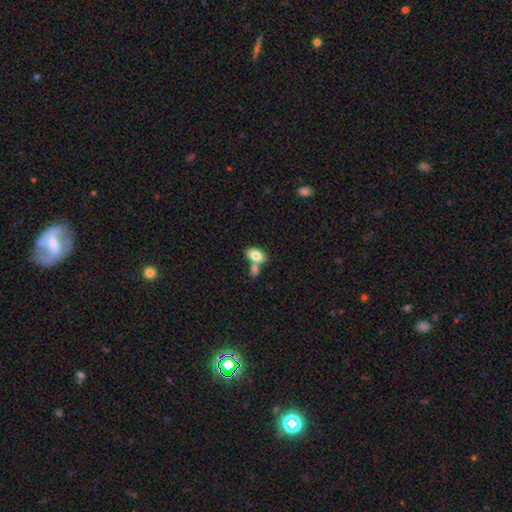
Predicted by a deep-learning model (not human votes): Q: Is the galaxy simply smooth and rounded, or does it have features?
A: smooth — 82%.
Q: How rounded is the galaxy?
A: in between — 91%.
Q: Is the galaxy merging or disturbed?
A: merger — 44%.